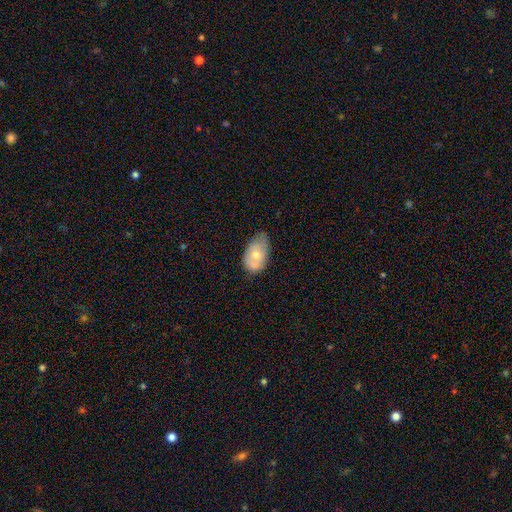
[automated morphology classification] Smooth or featured: smooth — 61% (featured or disk — 32%)
How rounded: in between — 87% (round — 11%)
Merging: minor disturbance — 43% (none — 33%)